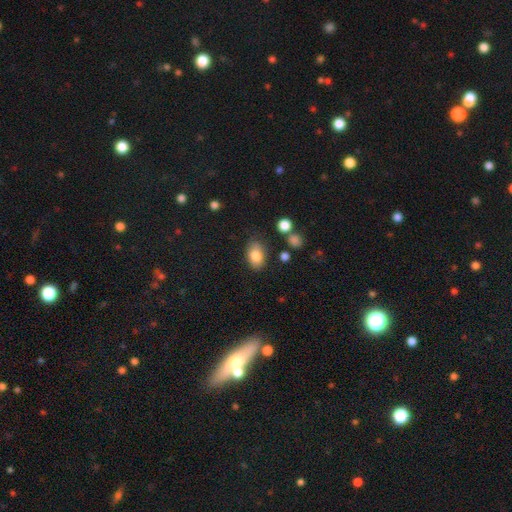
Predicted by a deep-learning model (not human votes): A smooth galaxy with no disk features (83%) that is in between round and cigar-shaped (87%).

Vote fractions:
- Smooth or featured? smooth: 83% / featured or disk: 9% / star or artifact: 8%
- How rounded? in between: 87% / round: 12% / cigar-shaped: 1%
- Merging? none: 74% / minor disturbance: 18% / major disturbance: 5% / merger: 4%